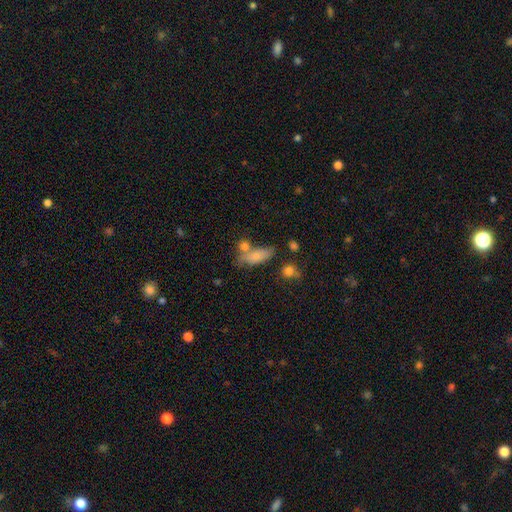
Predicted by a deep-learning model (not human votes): smooth_or_featured: smooth (p=0.71) [alt: featured or disk p=0.20]
how_rounded: in between (p=0.71) [alt: cigar-shaped p=0.22]
merging: none (p=0.44) [alt: merger p=0.26]